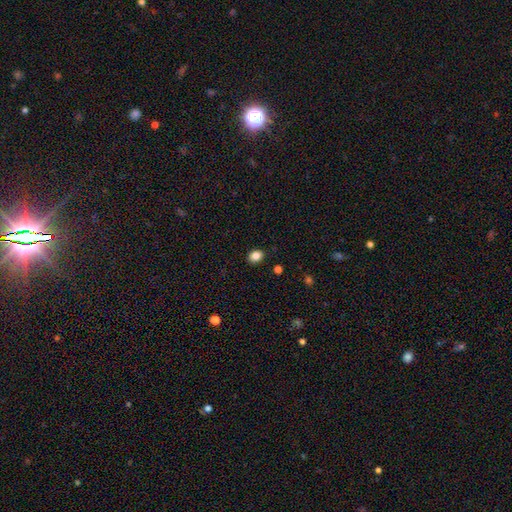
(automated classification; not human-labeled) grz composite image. It shows a smooth galaxy with no disk features (85%) that is in between round and cigar-shaped (58%). Merging: none (89%).